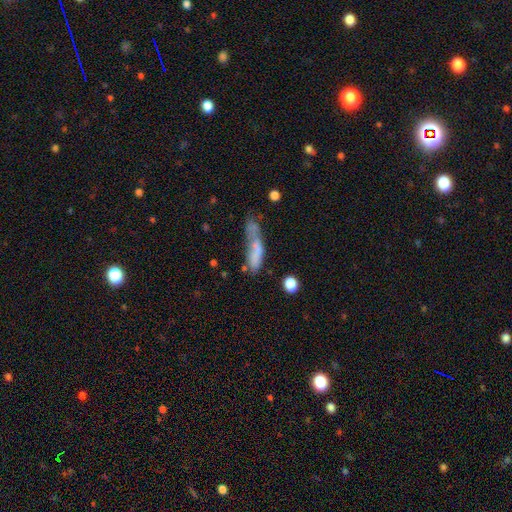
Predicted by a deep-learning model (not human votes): Q: Smooth or featured?
A: smooth (65%); runner-up: featured or disk (26%)
Q: How rounded?
A: cigar-shaped (60%); runner-up: in between (37%)
Q: Merging?
A: none (27%); tied with: major disturbance (27%)